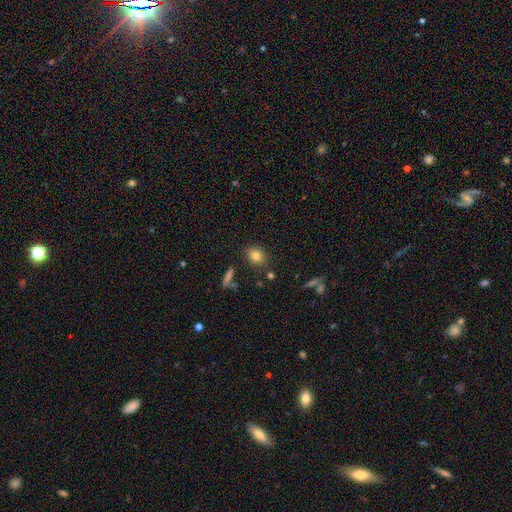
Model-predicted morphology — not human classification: A smooth galaxy with no disk features (81%) that is round (53%). Merging: none (84%).